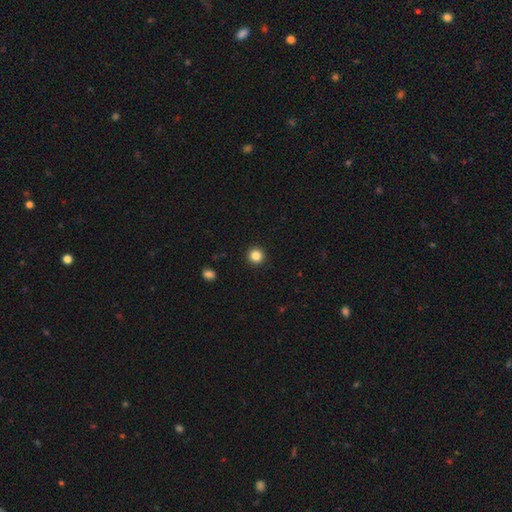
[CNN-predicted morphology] The model was most divided on "smooth or featured": smooth: 85%, star or artifact: 11%, featured or disk: 4%. More confident: how rounded — round (96%); merging — none (93%).